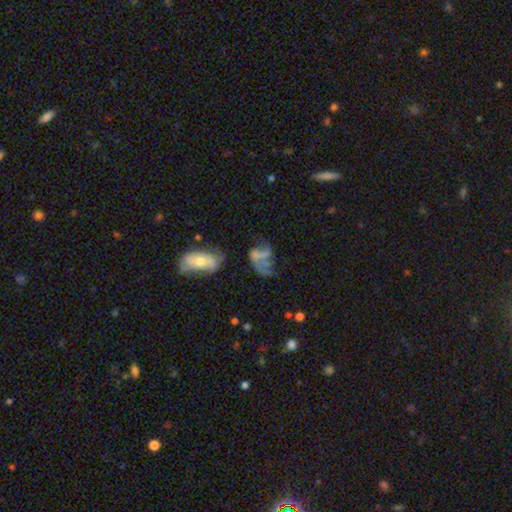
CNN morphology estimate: Smooth or featured? Predicted: featured or disk (p=0.50). Edge-on disk? Predicted: no (p=0.96). Merging? Predicted: none (p=0.34).